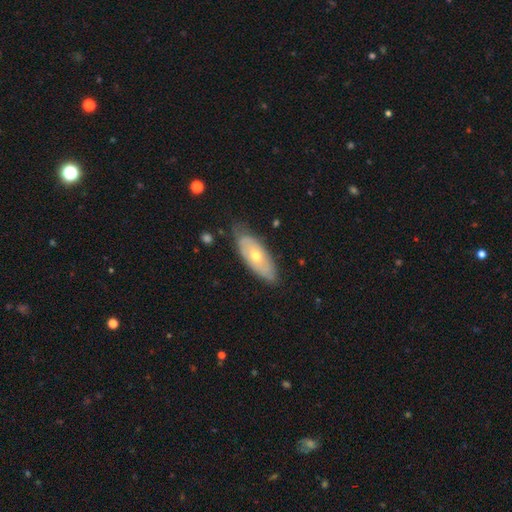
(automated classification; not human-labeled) Q: Smooth or featured?
A: featured or disk (48%); runner-up: smooth (46%)
Q: Merging?
A: none (73%); runner-up: minor disturbance (21%)